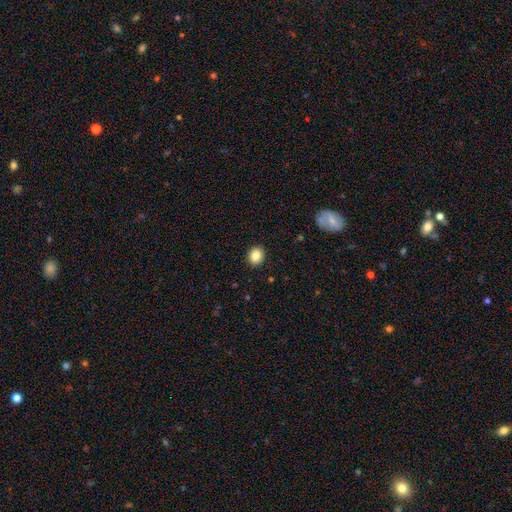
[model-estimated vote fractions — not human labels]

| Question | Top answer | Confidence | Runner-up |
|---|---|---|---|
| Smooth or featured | smooth | 86% | star or artifact (9%) |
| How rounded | round | 67% | in between (33%) |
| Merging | none | 91% | minor disturbance (6%) |